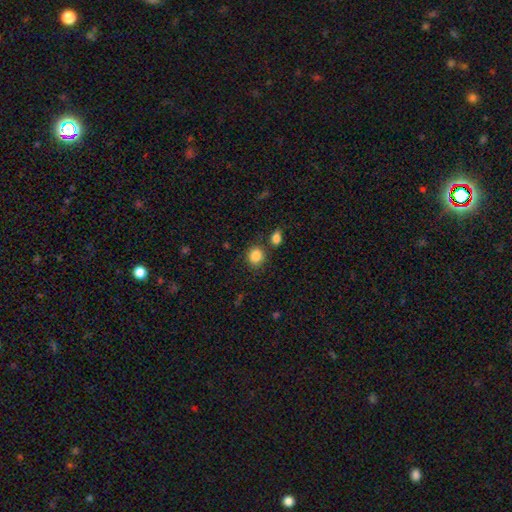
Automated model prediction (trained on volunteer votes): Overall: smooth (86%). How rounded: round (78%). Merging: none (77%).